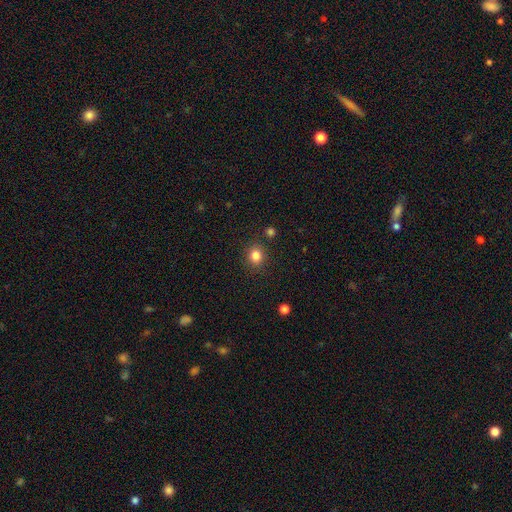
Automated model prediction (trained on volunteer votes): A smooth galaxy with no disk features (83%) that is round (79%). Merging: none (87%).